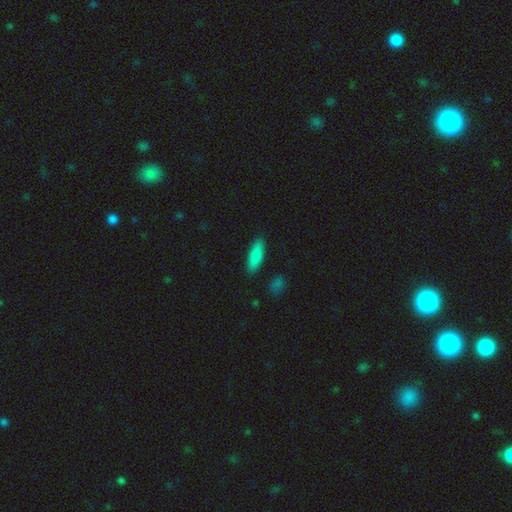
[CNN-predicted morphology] The model was most divided on "how rounded": in between: 56%, cigar-shaped: 42%, round: 2%. More confident: merging — none (88%); smooth or featured — smooth (85%).